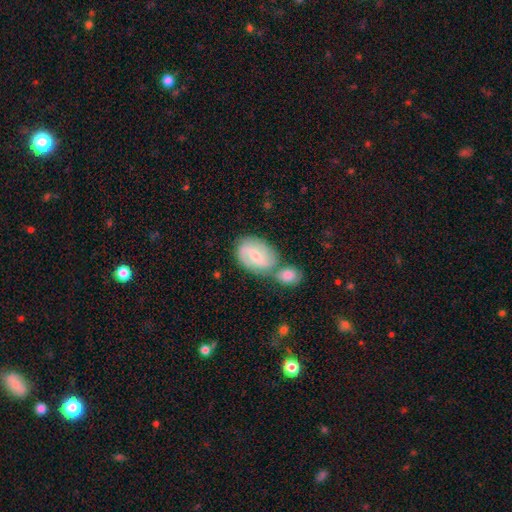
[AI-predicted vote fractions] Morphology: type=featured or disk (59%); edge-on=no (96%); bar=weak (53%); spiral arms=yes (85%); bulge=small (53%); merging=merger (41%, tied with none).